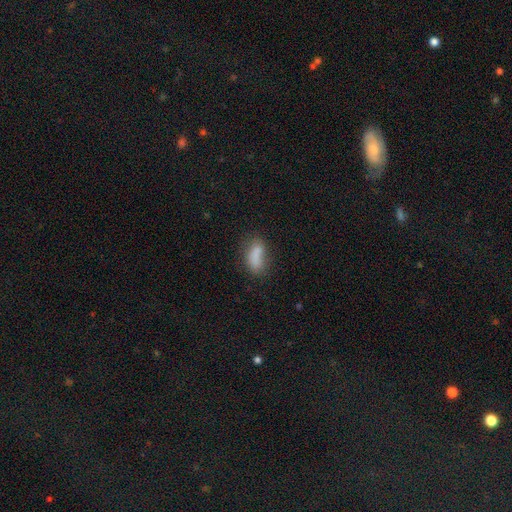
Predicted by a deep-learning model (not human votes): smooth-or-featured: smooth: 81% | featured or disk: 10% | star or artifact: 9%
  how-rounded: in between: 84% | cigar-shaped: 12% | round: 5%
  merging: none: 54% | minor disturbance: 27% | major disturbance: 12% | merger: 7%